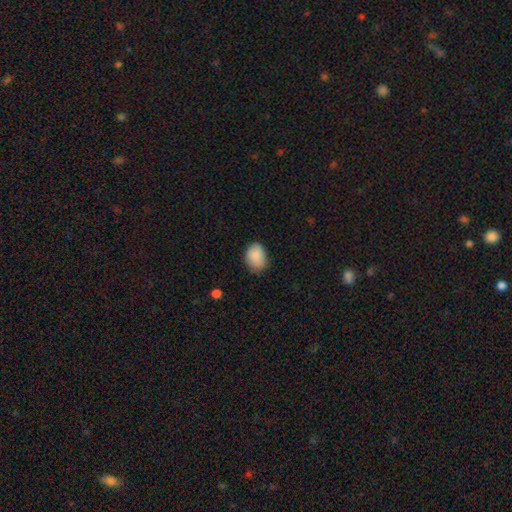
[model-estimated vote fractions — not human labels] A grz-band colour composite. It shows a smooth galaxy with no disk features (88%) that is in between round and cigar-shaped (67%). Merging: none (68%).